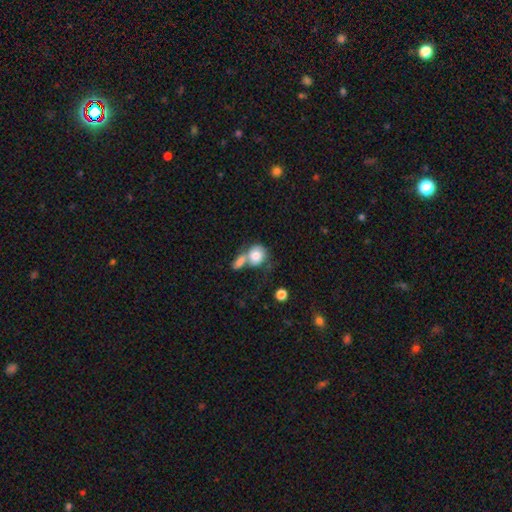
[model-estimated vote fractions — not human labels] Overall: smooth (77%). How rounded: round (69%; in between 30%). Merging: merger (58%; none 24%).